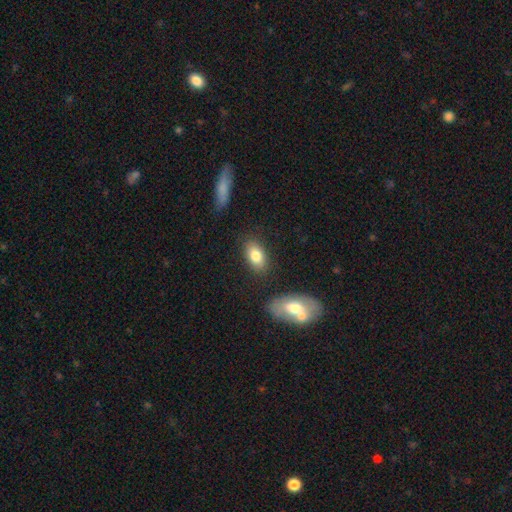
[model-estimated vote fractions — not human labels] This is clearly a smooth galaxy (81%). How rounded: clearly in between (90%). Merging: clearly none (83%).